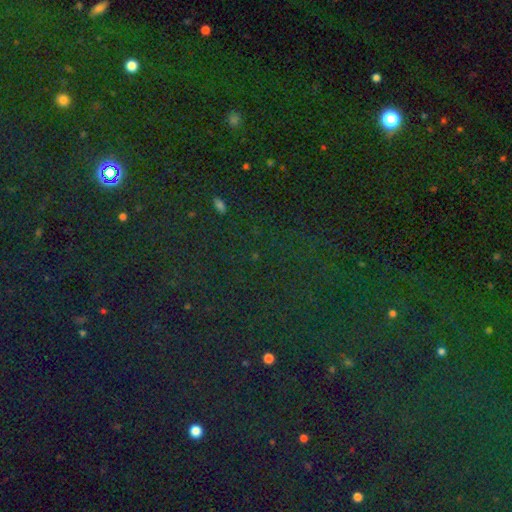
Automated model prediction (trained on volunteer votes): Smooth or featured: star or artifact — 81% (smooth — 12%)